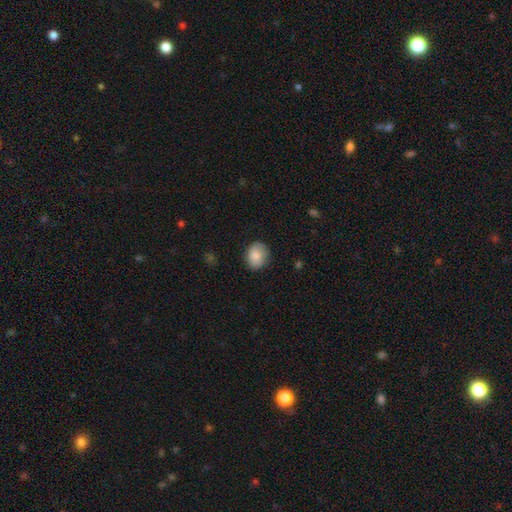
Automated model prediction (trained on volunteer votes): Overall: smooth (83%). How rounded: round (52%; in between 47%). Merging: none (79%).